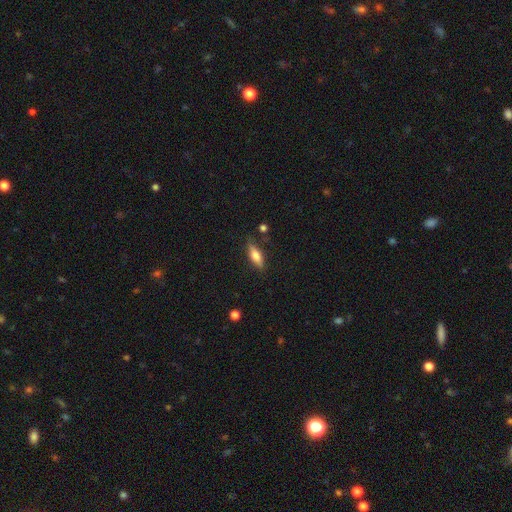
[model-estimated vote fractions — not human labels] Smooth or featured? Predicted: smooth (p=0.59). How rounded? Predicted: in between (p=0.52). Merging? Predicted: none (p=0.79).